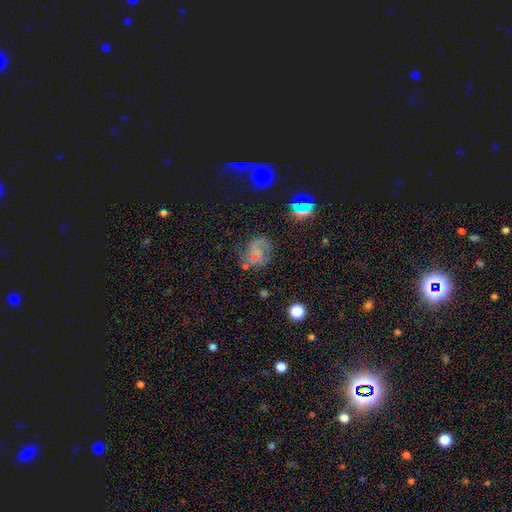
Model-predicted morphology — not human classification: The model was most divided on "smooth or featured": featured or disk: 41%, smooth: 40%, star or artifact: 18%. Remaining: merging — none (48%).